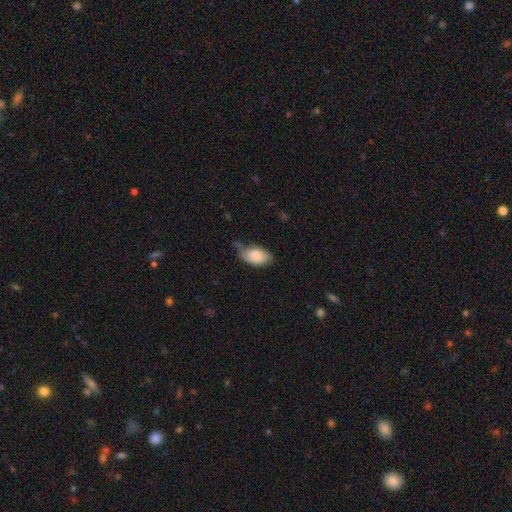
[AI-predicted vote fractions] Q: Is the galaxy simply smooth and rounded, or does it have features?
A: smooth — 80%.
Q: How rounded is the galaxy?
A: in between — 93%.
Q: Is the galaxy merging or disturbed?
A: minor disturbance — 45%.